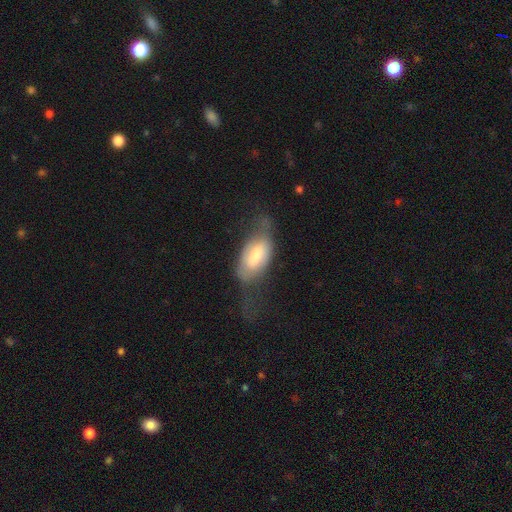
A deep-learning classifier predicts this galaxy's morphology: Smooth or featured? smooth (55%)
How rounded? in between (87%)
Merging? major disturbance (35%)